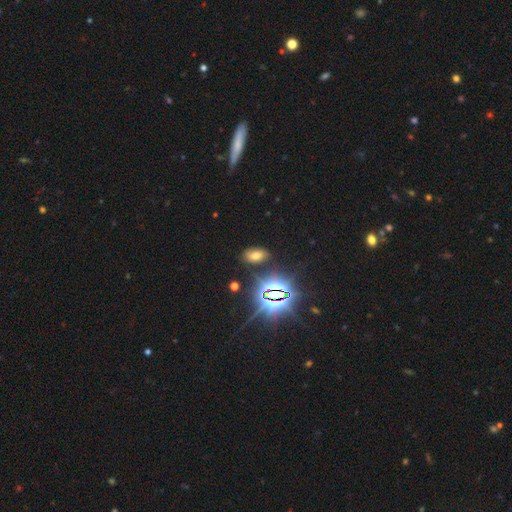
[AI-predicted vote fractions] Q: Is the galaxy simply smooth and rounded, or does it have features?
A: smooth — 52%.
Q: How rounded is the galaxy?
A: in between — 91%.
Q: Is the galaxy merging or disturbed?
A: none — 84%.